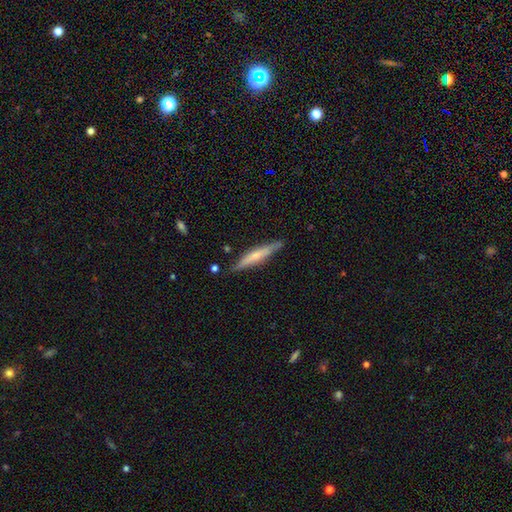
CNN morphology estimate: A featured or disk galaxy (49%).

Vote fractions:
- Smooth or featured? featured or disk: 49% / smooth: 45% / star or artifact: 6%
- Merging? none: 85% / minor disturbance: 11% / major disturbance: 2% / merger: 2%